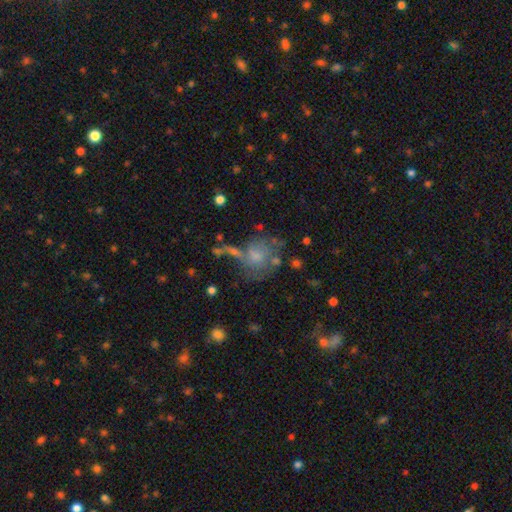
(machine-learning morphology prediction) smooth-or-featured: smooth: 54% | featured or disk: 33% | star or artifact: 13%
  how-rounded: round: 65% | in between: 33% | cigar-shaped: 2%
  merging: none: 35% | major disturbance: 28% | minor disturbance: 20% | merger: 17%